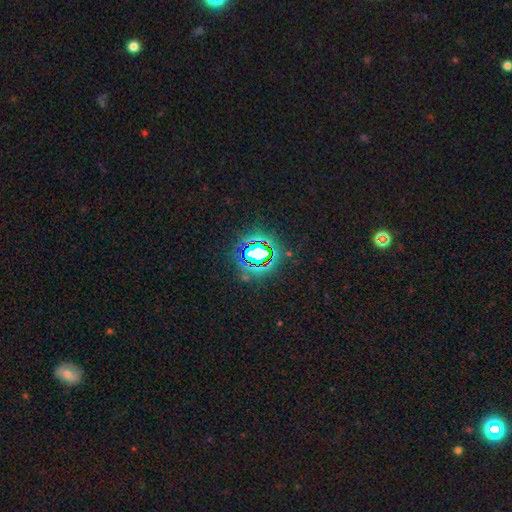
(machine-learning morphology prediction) star or artifact 73%, smooth 16%, featured or disk 11%.